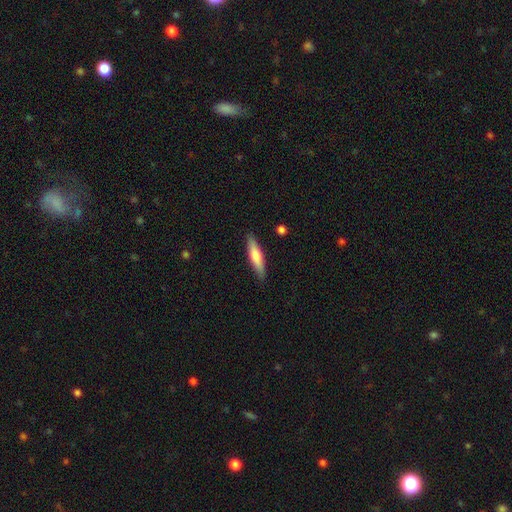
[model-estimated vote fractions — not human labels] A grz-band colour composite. It shows a smooth galaxy with no disk features (66%) that is cigar-shaped (77%). Merging: none (87%).